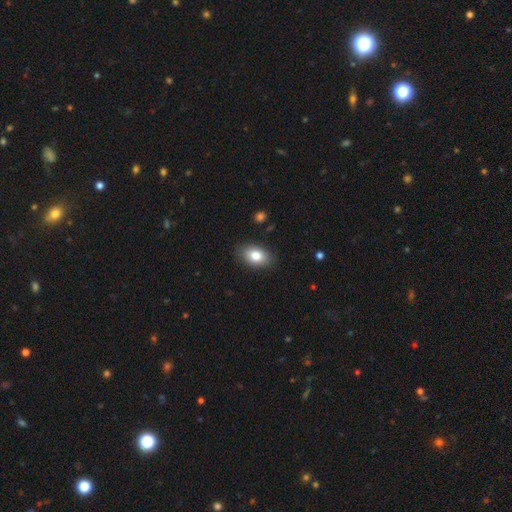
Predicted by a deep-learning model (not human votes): smooth-or-featured: smooth: 83% | featured or disk: 10% | star or artifact: 8%
  how-rounded: in between: 88% | round: 10% | cigar-shaped: 1%
  merging: none: 87% | minor disturbance: 10% | major disturbance: 2% | merger: 1%